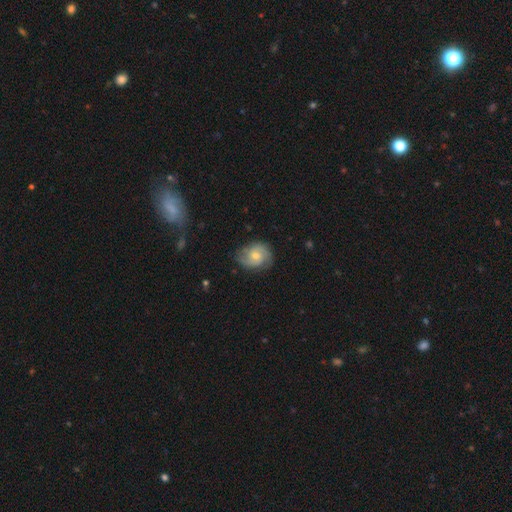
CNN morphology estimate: A featured or disk galaxy (60%) with no bar (68%), 2 (64%) medium (42%) spiral arms (88%) and a moderate central bulge (56%). Merging: none (69%).